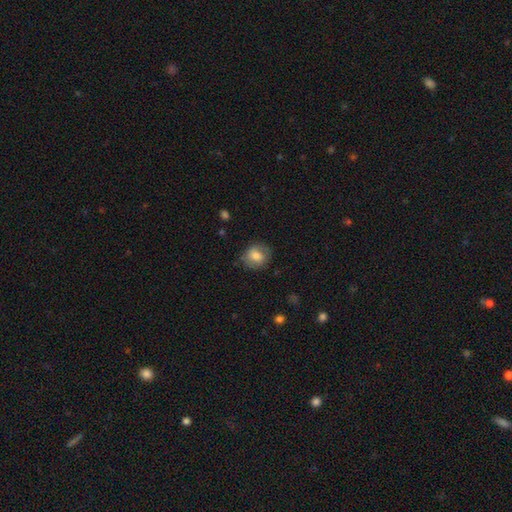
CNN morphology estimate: Smooth or featured? Predicted: smooth (p=0.67). How rounded? Predicted: round (p=0.66). Merging? Predicted: none (p=0.73).